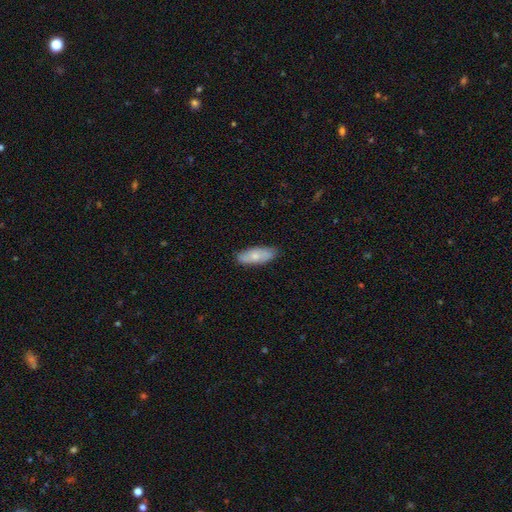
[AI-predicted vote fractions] The model was most divided on "smooth or featured": smooth: 66%, featured or disk: 29%, star or artifact: 6%. More confident: merging — none (84%); how rounded — in between (75%).